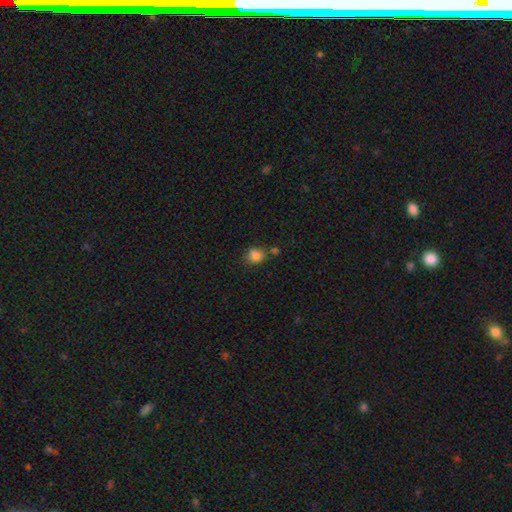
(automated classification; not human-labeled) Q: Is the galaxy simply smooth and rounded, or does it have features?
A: smooth — 82%.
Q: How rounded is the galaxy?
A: round — 73%.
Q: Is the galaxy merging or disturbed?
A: none — 58%.